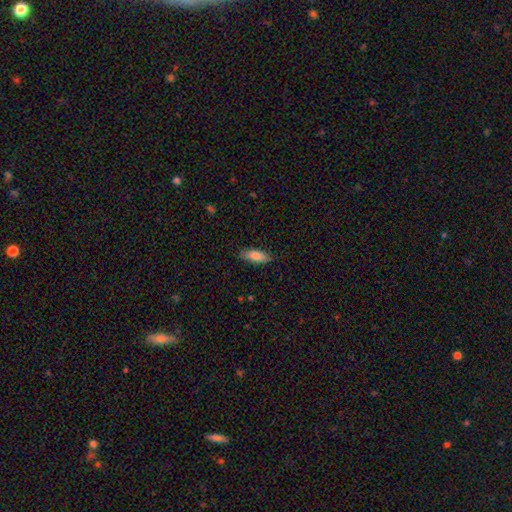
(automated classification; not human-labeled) Smooth or featured? smooth (84%)
How rounded? in between (69%)
Merging? none (83%)